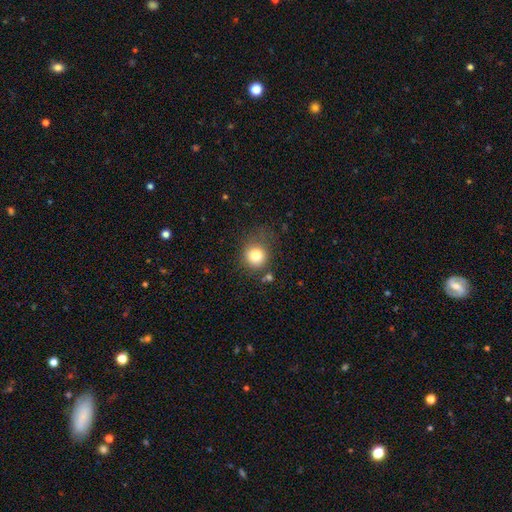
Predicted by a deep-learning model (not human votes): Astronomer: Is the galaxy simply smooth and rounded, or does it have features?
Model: smooth — 81%.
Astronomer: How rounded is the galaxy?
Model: round — 87%.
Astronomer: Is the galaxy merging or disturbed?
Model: none — 67%.